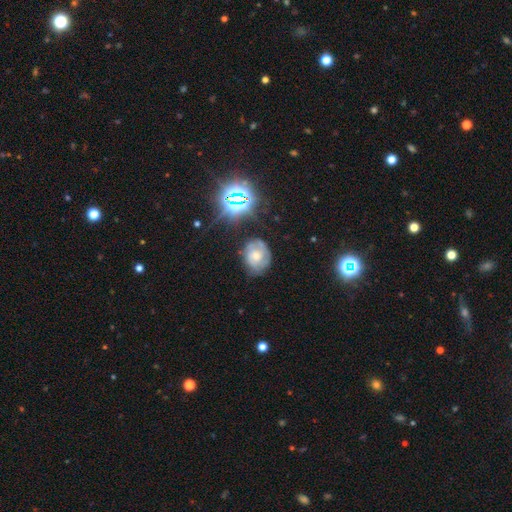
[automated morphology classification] Q: Smooth or featured?
A: featured or disk (46%); runner-up: star or artifact (28%)
Q: Merging?
A: none (65%); runner-up: minor disturbance (22%)